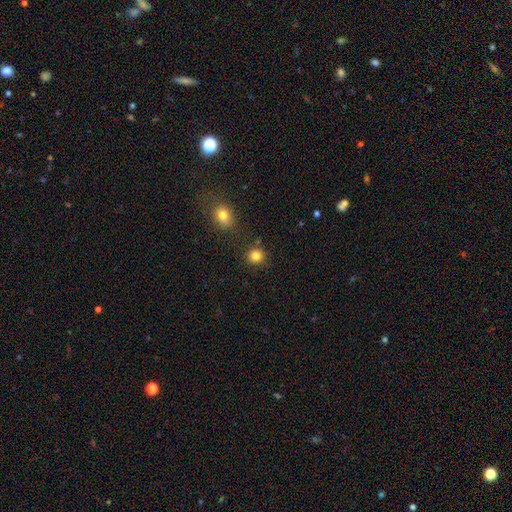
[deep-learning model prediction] Q: Smooth or featured?
A: smooth (84%); runner-up: star or artifact (12%)
Q: How rounded?
A: round (87%); runner-up: in between (12%)
Q: Merging?
A: none (84%); runner-up: minor disturbance (8%)